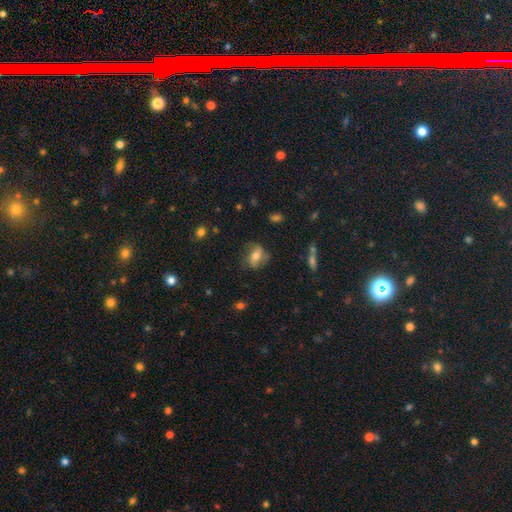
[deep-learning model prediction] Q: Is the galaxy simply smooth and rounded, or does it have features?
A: featured or disk — 47%.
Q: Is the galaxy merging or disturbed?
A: none — 67%.